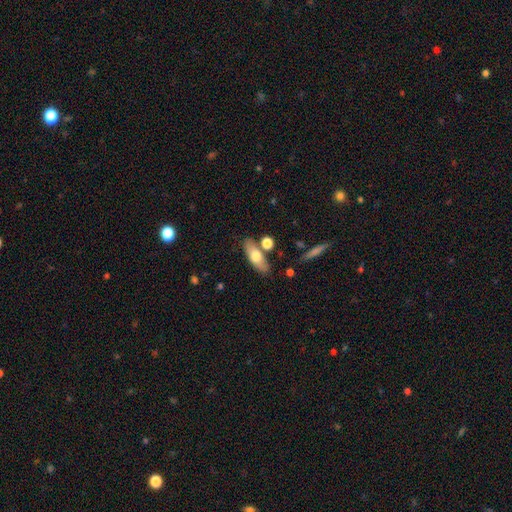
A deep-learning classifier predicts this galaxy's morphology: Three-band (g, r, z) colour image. It shows a smooth galaxy with no disk features (65%) that is in between round and cigar-shaped (69%). Merging: none (74%).